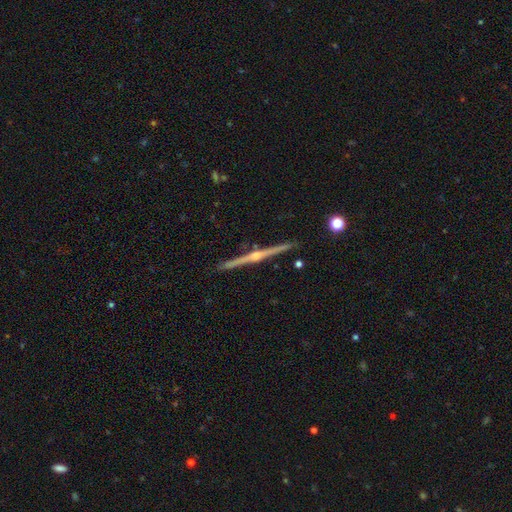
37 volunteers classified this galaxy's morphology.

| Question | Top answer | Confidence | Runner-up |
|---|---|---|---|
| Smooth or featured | featured or disk | 89% | star or artifact (8%) |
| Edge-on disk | yes | 100% | — |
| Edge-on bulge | rounded | 91% | boxy (6%) |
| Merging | none | 94% | minor disturbance (3%) |